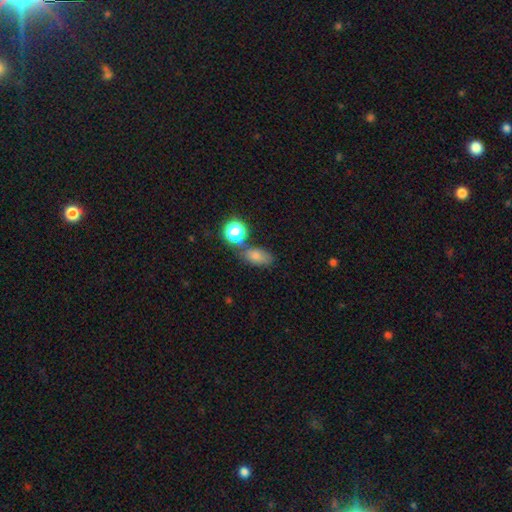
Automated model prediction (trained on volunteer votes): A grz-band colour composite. It shows a smooth galaxy with no disk features (65%) that is in between round and cigar-shaped (78%). Merging: none (68%).